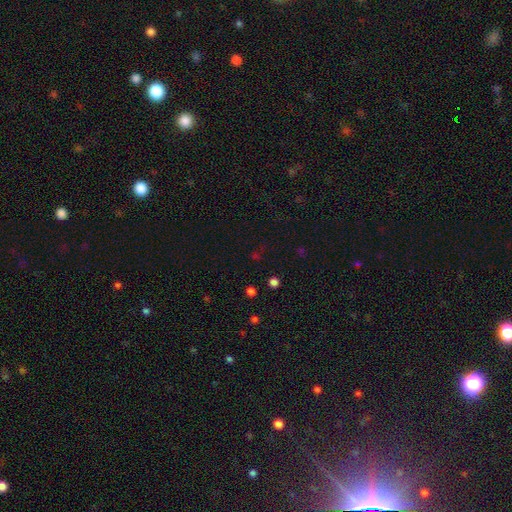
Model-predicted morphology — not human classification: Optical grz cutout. It shows a star or artifact, not a galaxy (52%).